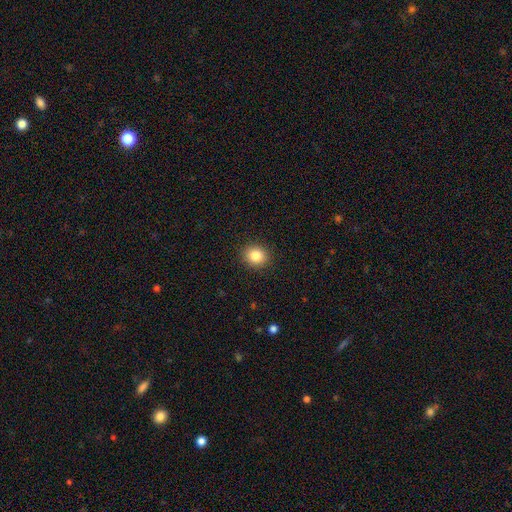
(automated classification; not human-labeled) smooth 84%, star or artifact 10%, featured or disk 6%. Down the decision tree: how rounded — round (79%); merging — none (91%).